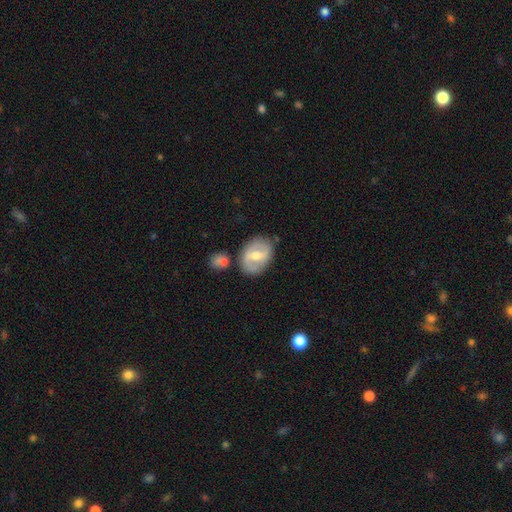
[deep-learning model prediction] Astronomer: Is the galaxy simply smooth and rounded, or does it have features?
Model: featured or disk — 62%.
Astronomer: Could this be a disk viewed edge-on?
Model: no — 95%.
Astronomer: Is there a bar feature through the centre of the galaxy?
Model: weak — 45% (runner-up: strong, 37%).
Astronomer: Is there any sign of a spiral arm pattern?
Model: yes — 62% (runner-up: no, 38%).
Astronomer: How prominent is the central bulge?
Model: moderate — 67%.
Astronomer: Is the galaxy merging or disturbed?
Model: none — 74%.